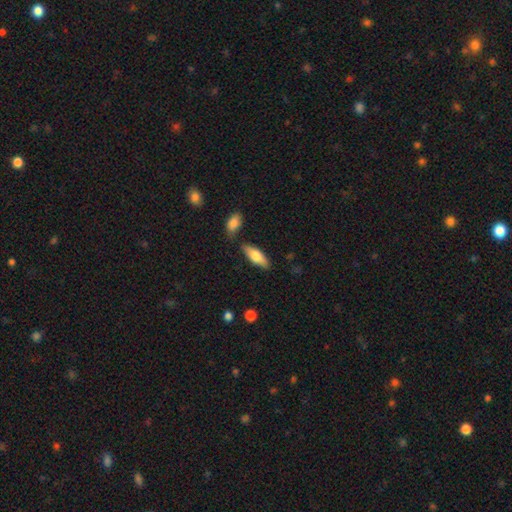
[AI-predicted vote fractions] This appears to be a smooth galaxy with no disk features (71%) that is in between round and cigar-shaped (66%). Merging: none (78%).